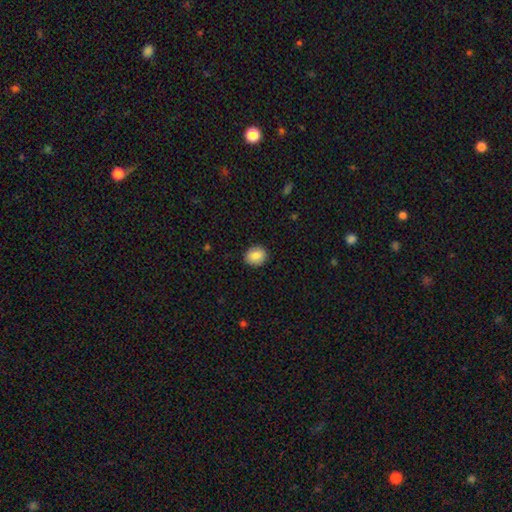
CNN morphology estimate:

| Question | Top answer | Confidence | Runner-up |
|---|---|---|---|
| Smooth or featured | smooth | 84% | star or artifact (8%) |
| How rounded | round | 63% | in between (36%) |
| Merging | none | 90% | minor disturbance (7%) |